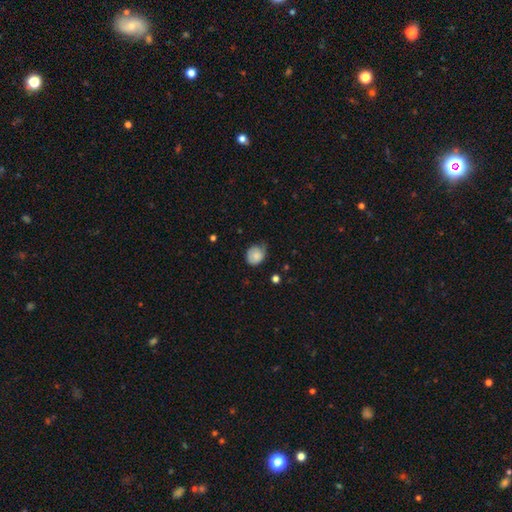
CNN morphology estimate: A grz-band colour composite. It shows a smooth galaxy with no disk features (78%) that is round (63%). Merging: none (46%).